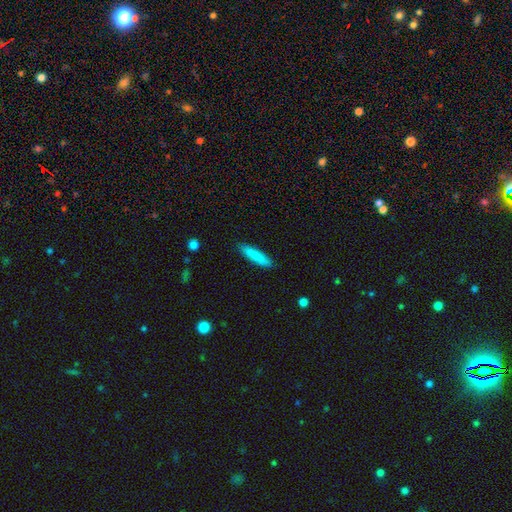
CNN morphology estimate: smooth 85%, featured or disk 9%, star or artifact 6%. Down the decision tree: how rounded — cigar-shaped (84%); merging — none (88%).